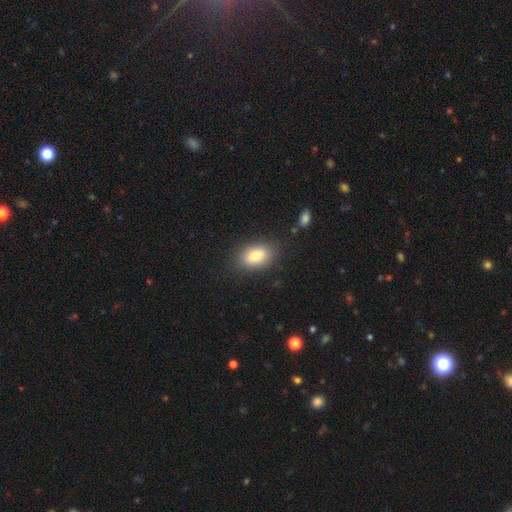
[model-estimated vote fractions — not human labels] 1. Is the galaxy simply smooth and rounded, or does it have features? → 81% smooth, 11% featured or disk, 8% star or artifact.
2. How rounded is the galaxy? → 88% in between, 9% round, 3% cigar-shaped.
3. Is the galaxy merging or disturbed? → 84% none, 11% minor disturbance, 3% major disturbance, 2% merger.